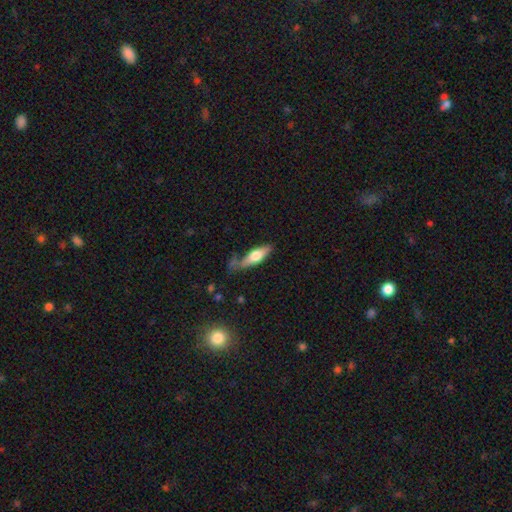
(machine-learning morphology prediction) Smooth or featured: smooth — 55% (featured or disk — 40%)
How rounded: cigar-shaped — 53% (in between — 44%)
Merging: none — 59% (minor disturbance — 24%)